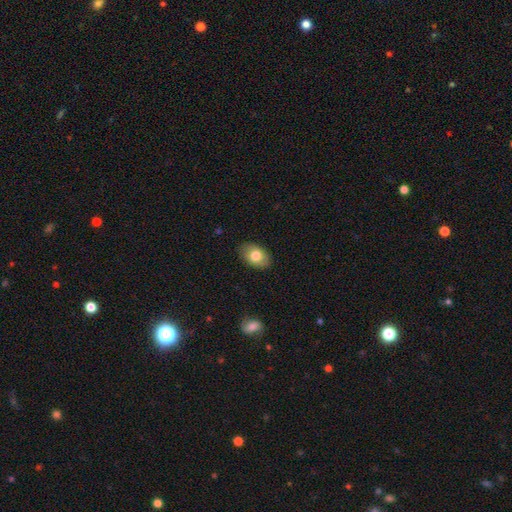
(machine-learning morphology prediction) Smooth or featured?
  - smooth: 79% *
  - featured or disk: 13%
  - star or artifact: 7%
How rounded?
  - in between: 85% *
  - round: 13%
  - cigar-shaped: 1%
Merging?
  - none: 86% *
  - minor disturbance: 11%
  - major disturbance: 2%
  - merger: 1%